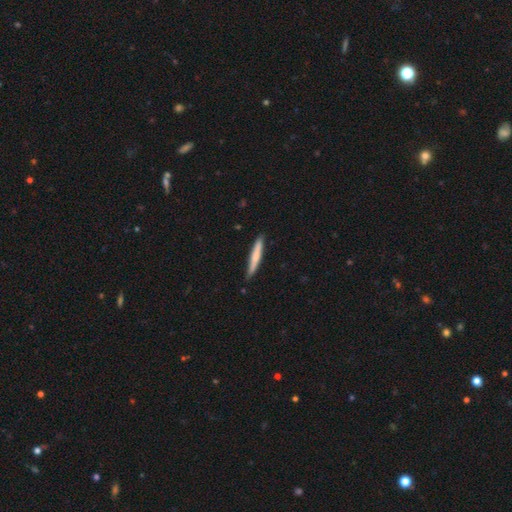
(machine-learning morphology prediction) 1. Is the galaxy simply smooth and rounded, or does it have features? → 66% smooth, 29% featured or disk, 5% star or artifact.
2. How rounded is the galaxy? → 95% cigar-shaped, 4% in between, 1% round.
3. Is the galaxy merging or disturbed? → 82% none, 14% minor disturbance, 2% major disturbance, 2% merger.